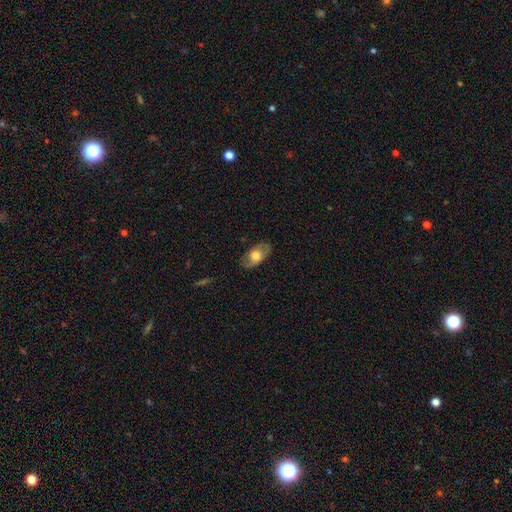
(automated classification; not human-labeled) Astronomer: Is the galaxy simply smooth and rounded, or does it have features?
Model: smooth — 54% (runner-up: featured or disk, 40%).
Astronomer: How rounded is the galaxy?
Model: in between — 89%.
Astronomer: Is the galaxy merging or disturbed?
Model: none — 80%.